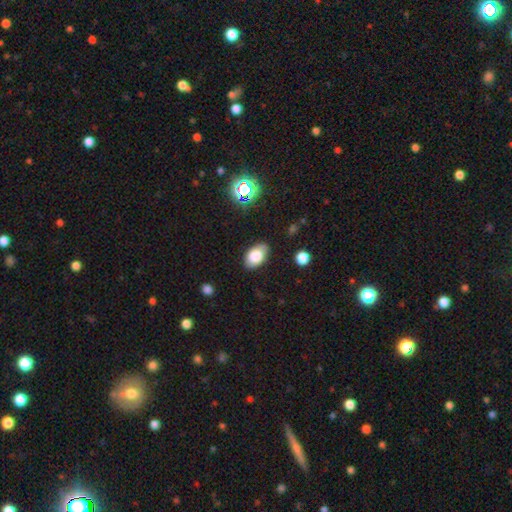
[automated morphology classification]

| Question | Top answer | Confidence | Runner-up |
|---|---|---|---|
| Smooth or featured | smooth | 79% | featured or disk (11%) |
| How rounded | in between | 91% | round (8%) |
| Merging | none | 79% | minor disturbance (16%) |